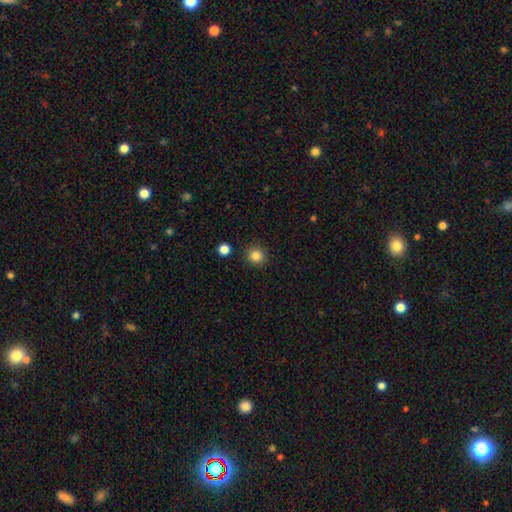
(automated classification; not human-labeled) This appears to be a smooth galaxy with no disk features (86%) that is round (89%). Merging: none (89%).